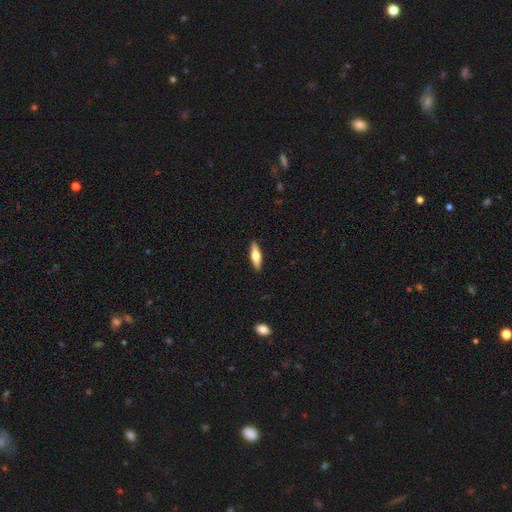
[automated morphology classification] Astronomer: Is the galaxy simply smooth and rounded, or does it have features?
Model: smooth — 49% (runner-up: featured or disk, 45%).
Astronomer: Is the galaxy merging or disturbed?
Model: none — 90%.